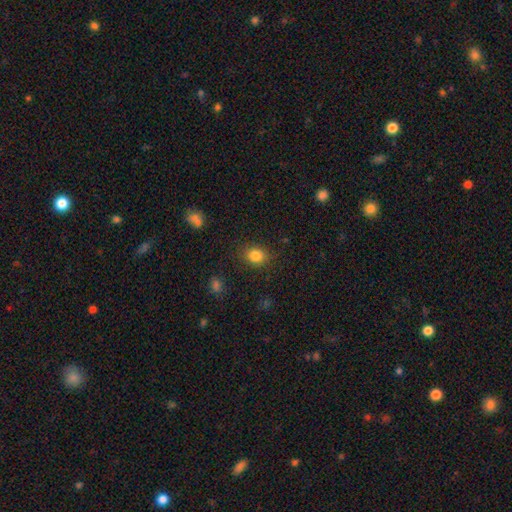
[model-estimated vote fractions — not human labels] A smooth galaxy with no disk features (83%) that is round (54%). Merging: none (83%).